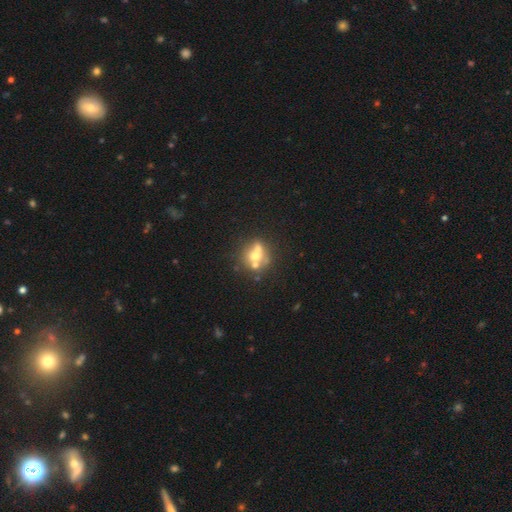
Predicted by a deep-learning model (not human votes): Overall: smooth (47%; featured or disk 38%). Merging: merger (43%; none 36%).